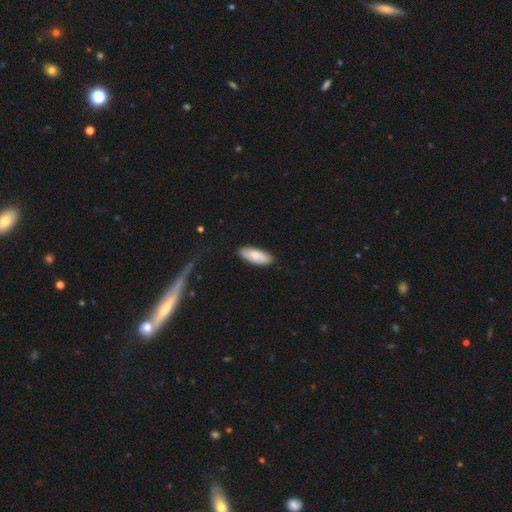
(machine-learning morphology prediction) A smooth galaxy with no disk features (78%) that is in between round and cigar-shaped (78%).

Vote fractions:
- Smooth or featured? smooth: 78% / featured or disk: 17% / star or artifact: 5%
- How rounded? in between: 78% / cigar-shaped: 20% / round: 2%
- Merging? none: 87% / minor disturbance: 10% / major disturbance: 2% / merger: 1%